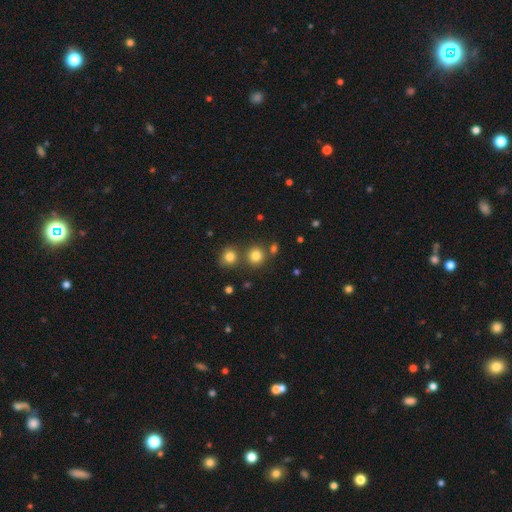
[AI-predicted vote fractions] Morphology: type=smooth (80%); roundness=round (90%); merging=none (73%).